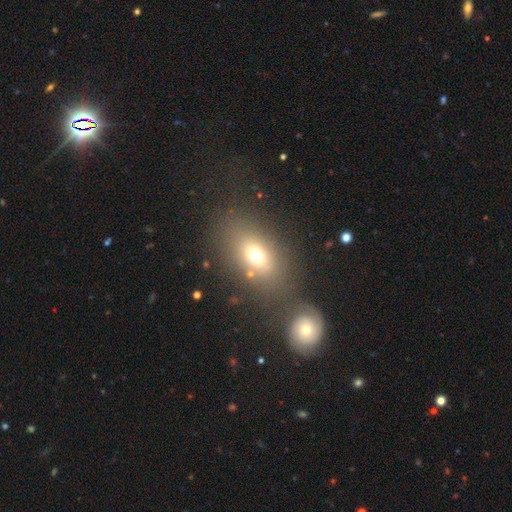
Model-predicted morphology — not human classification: smooth-or-featured: smooth: 67% | featured or disk: 17% | star or artifact: 15%
  how-rounded: in between: 71% | round: 25% | cigar-shaped: 4%
  merging: none: 67% | merger: 13% | minor disturbance: 12% | major disturbance: 7%